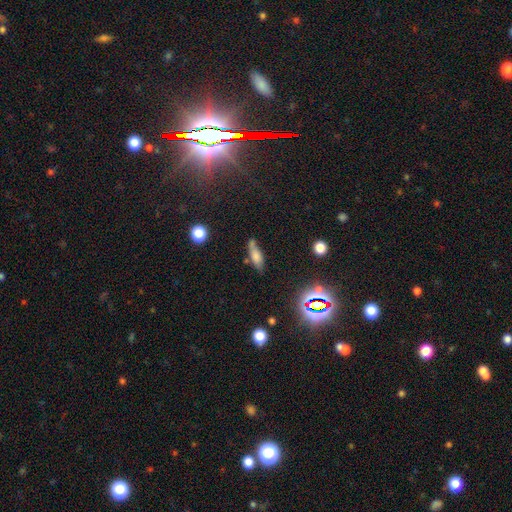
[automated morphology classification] smooth_or_featured: smooth (p=0.67) [alt: featured or disk p=0.20]
how_rounded: in between (p=0.52) [alt: cigar-shaped p=0.44]
merging: none (p=0.58) [alt: minor disturbance p=0.24]